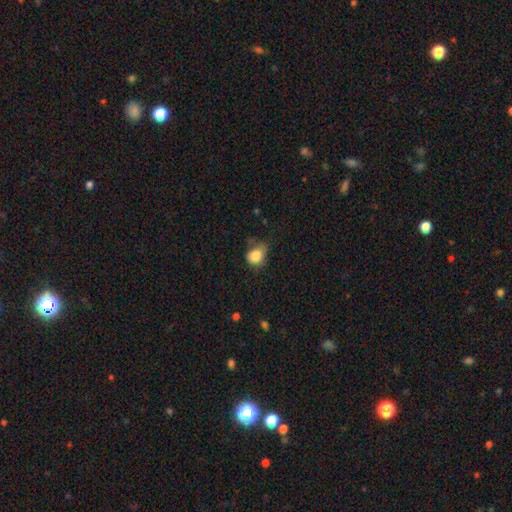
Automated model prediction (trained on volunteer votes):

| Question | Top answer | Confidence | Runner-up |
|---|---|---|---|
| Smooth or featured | smooth | 83% | star or artifact (9%) |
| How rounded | round | 51% | in between (48%) |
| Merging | none | 42% | minor disturbance (39%) |